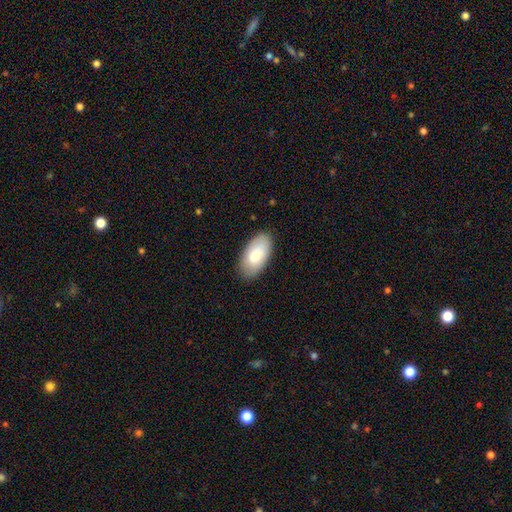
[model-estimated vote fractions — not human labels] Smooth or featured? smooth (79%)
How rounded? in between (95%)
Merging? none (86%)